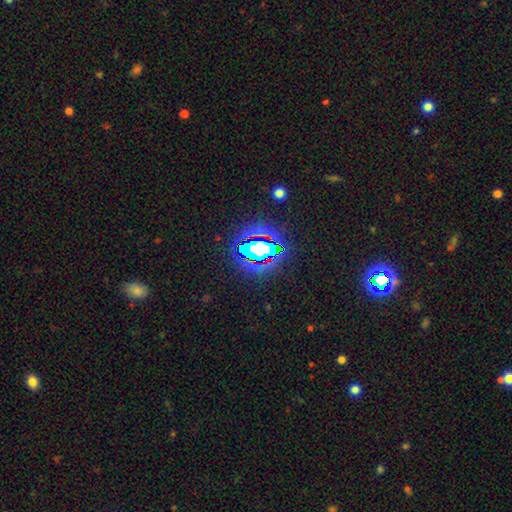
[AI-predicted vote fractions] Smooth or featured? star or artifact (80%)